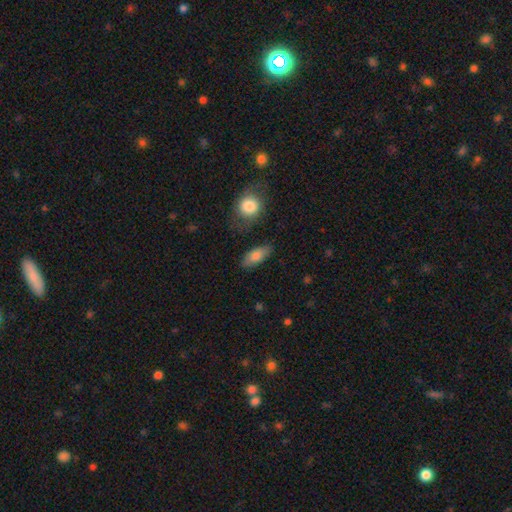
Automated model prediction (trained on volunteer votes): smooth-or-featured: smooth: 79% | featured or disk: 15% | star or artifact: 7%
  how-rounded: in between: 83% | cigar-shaped: 13% | round: 4%
  merging: none: 78% | minor disturbance: 14% | merger: 4% | major disturbance: 4%